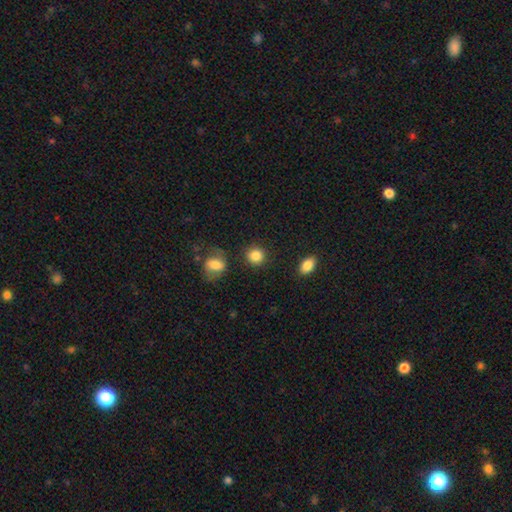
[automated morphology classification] Smooth or featured? smooth (87%)
How rounded? round (86%)
Merging? none (85%)